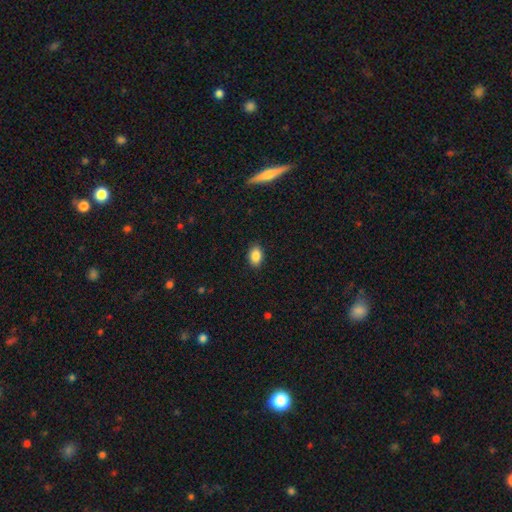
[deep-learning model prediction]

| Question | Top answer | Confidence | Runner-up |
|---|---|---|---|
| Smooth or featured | smooth | 87% | star or artifact (8%) |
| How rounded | in between | 85% | round (14%) |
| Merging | none | 89% | minor disturbance (8%) |